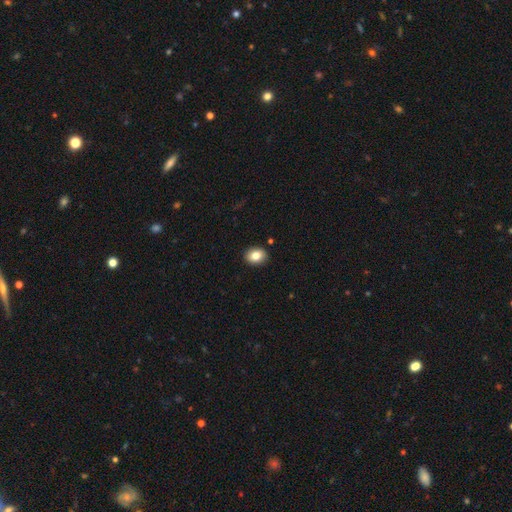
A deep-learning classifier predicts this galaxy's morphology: Smooth or featured?
  - smooth: 83% *
  - star or artifact: 9%
  - featured or disk: 8%
How rounded?
  - in between: 57% *
  - round: 42%
  - cigar-shaped: 1%
Merging?
  - none: 90% *
  - minor disturbance: 7%
  - major disturbance: 2%
  - merger: 1%